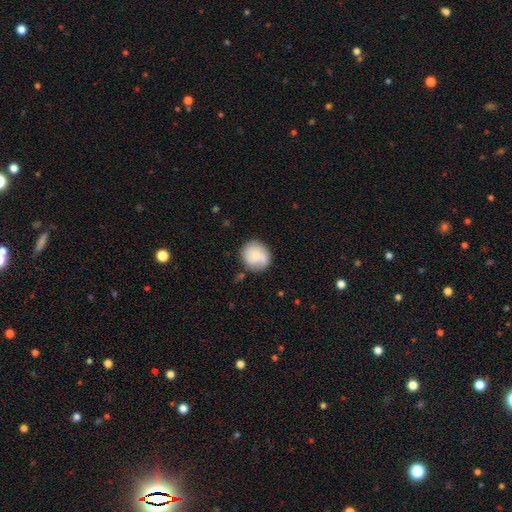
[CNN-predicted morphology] The model was most divided on "smooth or featured": smooth: 59%, featured or disk: 34%, star or artifact: 7%. More confident: how rounded — round (82%); merging — none (69%).